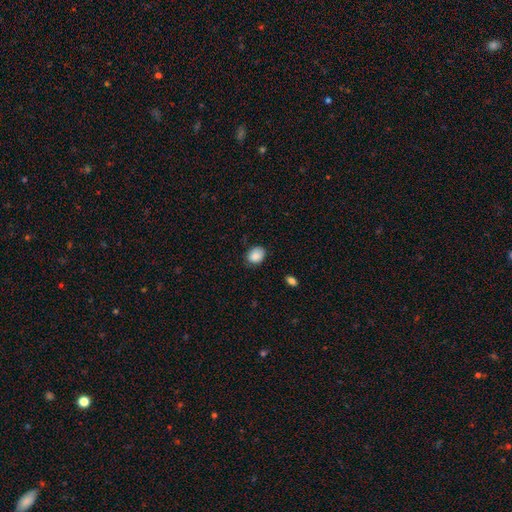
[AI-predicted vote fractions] A smooth galaxy with no disk features (88%) that is in between round and cigar-shaped (55%).

Vote fractions:
- Smooth or featured? smooth: 88% / star or artifact: 8% / featured or disk: 4%
- How rounded? in between: 55% / round: 44% / cigar-shaped: 1%
- Merging? none: 77% / minor disturbance: 19% / major disturbance: 3% / merger: 1%